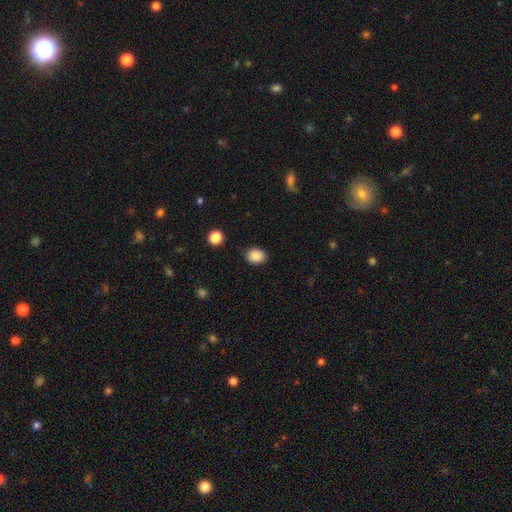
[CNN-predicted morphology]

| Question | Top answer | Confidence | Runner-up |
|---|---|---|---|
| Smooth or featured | smooth | 88% | star or artifact (9%) |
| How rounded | in between | 54% | round (45%) |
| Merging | none | 85% | minor disturbance (11%) |